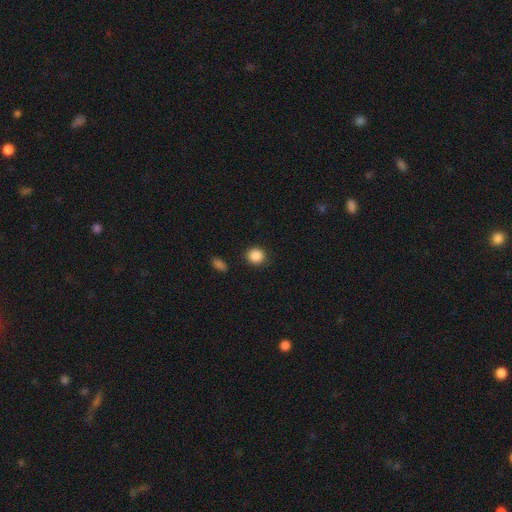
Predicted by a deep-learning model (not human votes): This appears to be a smooth galaxy with no disk features (88%) that is round (85%). Merging: none (89%).